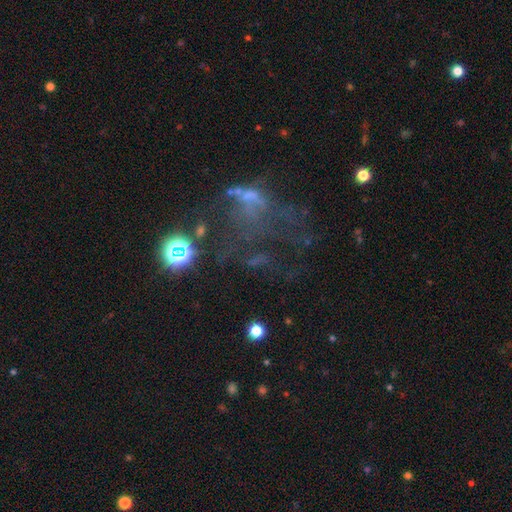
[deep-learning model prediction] smooth-or-featured: featured or disk: 41% | star or artifact: 38% | smooth: 21%
  merging: major disturbance: 44% | none: 32% | minor disturbance: 13% | merger: 11%